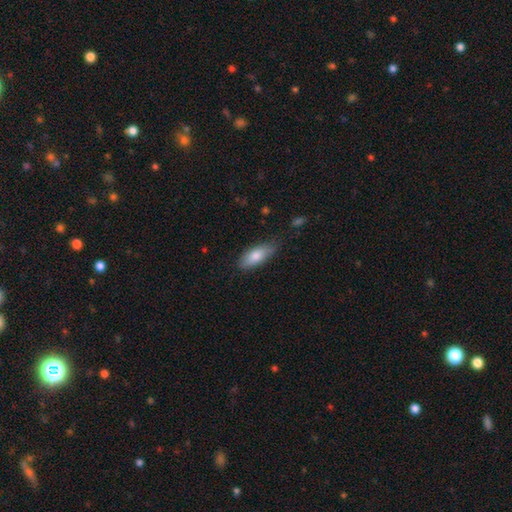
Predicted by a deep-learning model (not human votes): The model was most divided on "merging": none: 74%, minor disturbance: 21%, major disturbance: 4%, merger: 2%. More confident: smooth or featured — smooth (80%); how rounded — in between (77%).